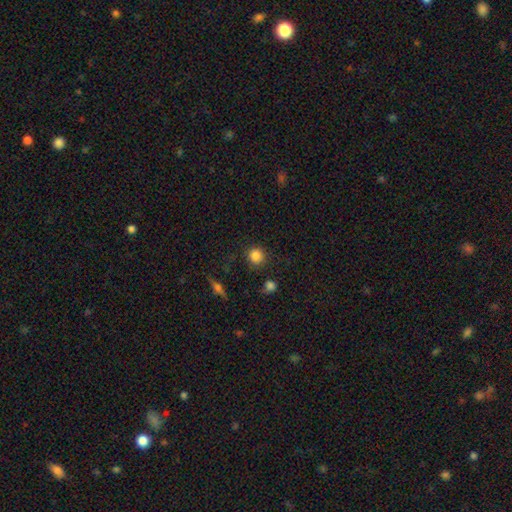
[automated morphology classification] Overall: smooth (83%). How rounded: round (93%). Merging: none (87%).